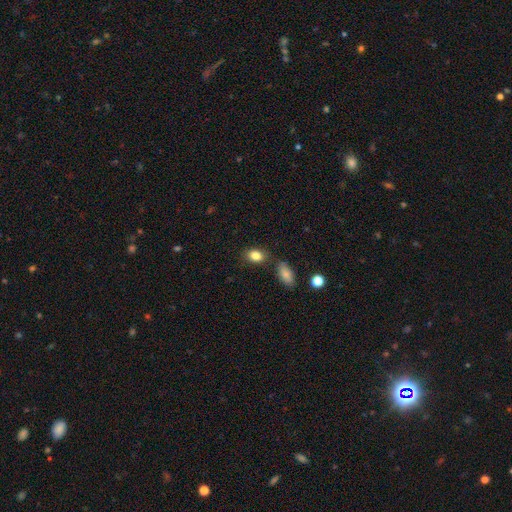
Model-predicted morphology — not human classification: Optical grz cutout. It shows a smooth galaxy with no disk features (84%) that is in between round and cigar-shaped (72%). Merging: none (74%).